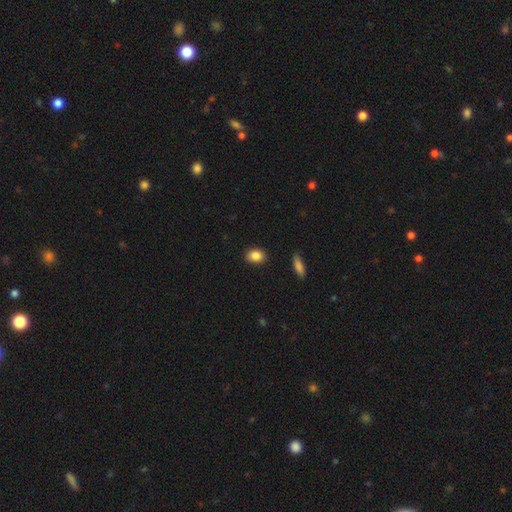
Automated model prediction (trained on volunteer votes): The model was most divided on "how rounded": in between: 74%, round: 25%, cigar-shaped: 2%. More confident: merging — none (88%); smooth or featured — smooth (86%).